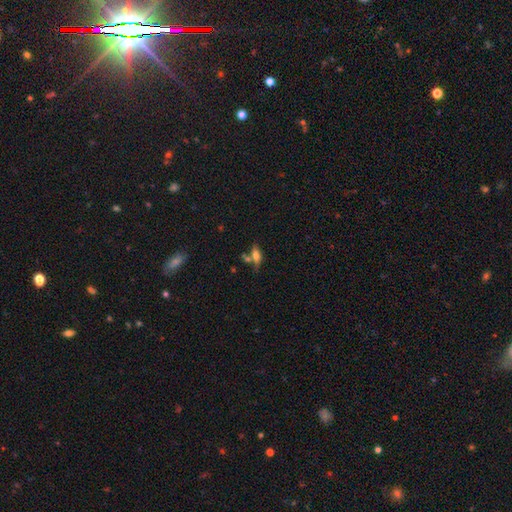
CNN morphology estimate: Smooth or featured: smooth — 52% (featured or disk — 36%)
How rounded: in between — 60% (cigar-shaped — 34%)
Merging: none — 49% (merger — 27%)